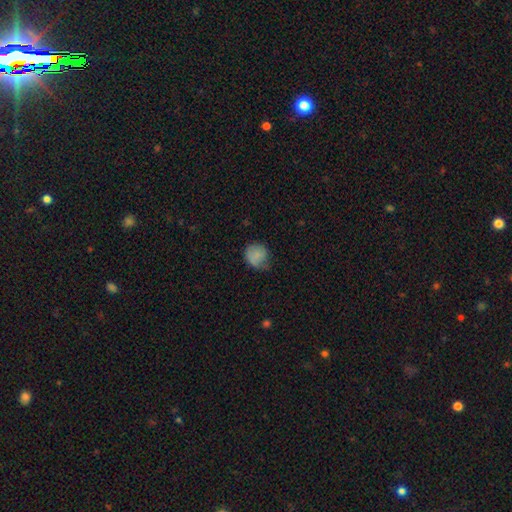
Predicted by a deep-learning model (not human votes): Smooth or featured: smooth — 79% (featured or disk — 12%)
How rounded: round — 76% (in between — 23%)
Merging: none — 49% (minor disturbance — 36%)